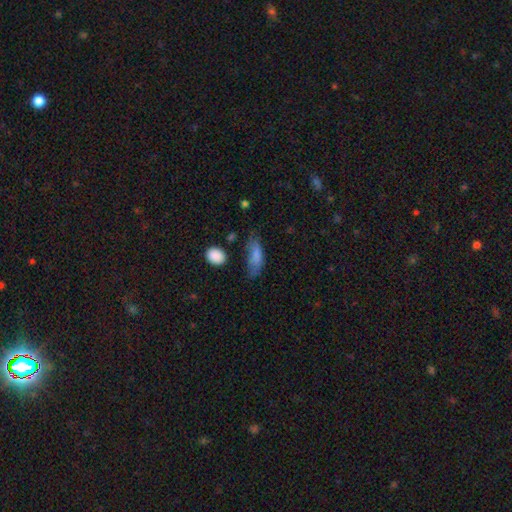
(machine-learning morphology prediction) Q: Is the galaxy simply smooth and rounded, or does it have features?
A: smooth — 78%.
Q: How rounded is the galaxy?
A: in between — 68%.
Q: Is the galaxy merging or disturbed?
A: none — 52%.